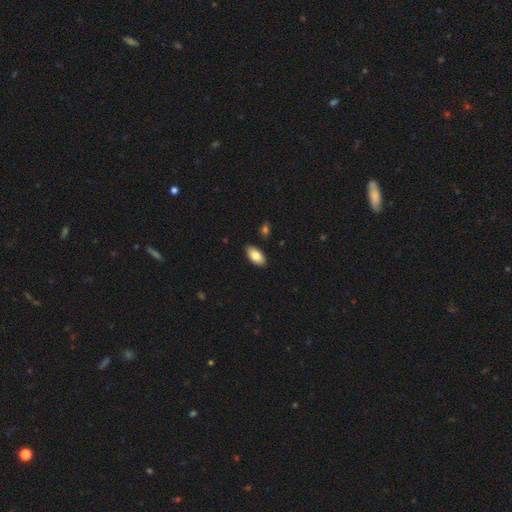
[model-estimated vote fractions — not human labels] smooth-or-featured: smooth: 83% | featured or disk: 11% | star or artifact: 6%
  how-rounded: in between: 94% | cigar-shaped: 3% | round: 3%
  merging: none: 89% | minor disturbance: 8% | major disturbance: 2% | merger: 1%